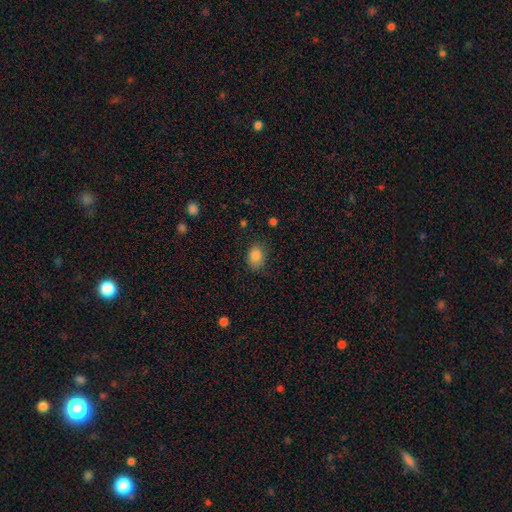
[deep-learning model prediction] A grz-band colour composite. It shows a smooth galaxy with no disk features (85%) that is in between round and cigar-shaped (68%). Merging: none (76%).